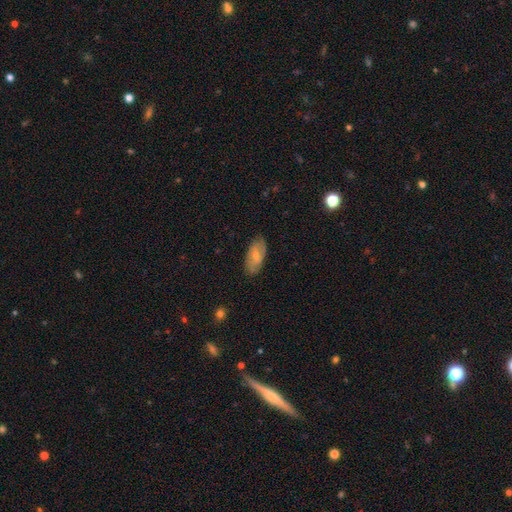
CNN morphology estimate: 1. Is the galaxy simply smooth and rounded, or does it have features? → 57% smooth, 36% featured or disk, 6% star or artifact.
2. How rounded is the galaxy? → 90% in between, 7% cigar-shaped, 3% round.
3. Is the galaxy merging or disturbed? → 81% none, 15% minor disturbance, 3% major disturbance, 1% merger.